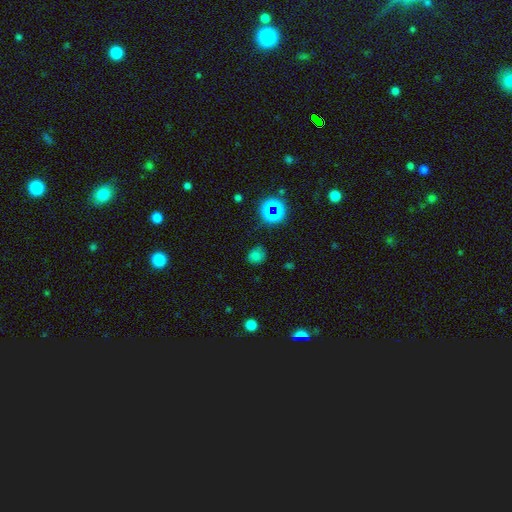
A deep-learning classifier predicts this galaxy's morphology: smooth 68%, star or artifact 26%, featured or disk 7%. Down the decision tree: how rounded — round (72%); merging — none (73%).